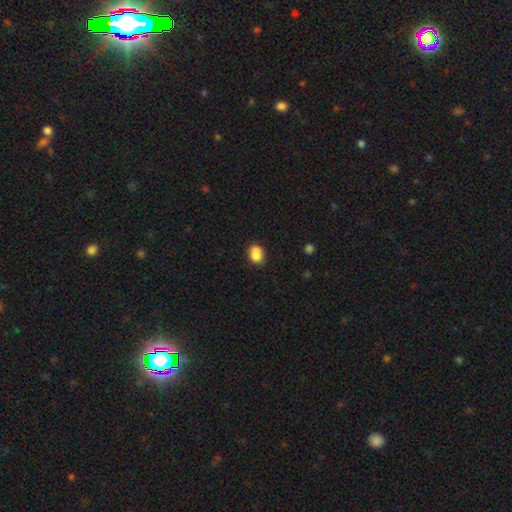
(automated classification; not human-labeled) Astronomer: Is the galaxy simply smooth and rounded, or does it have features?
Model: smooth — 81%.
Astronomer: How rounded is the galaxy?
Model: in between — 51% (runner-up: round, 48%).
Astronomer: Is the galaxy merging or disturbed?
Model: none — 54%.